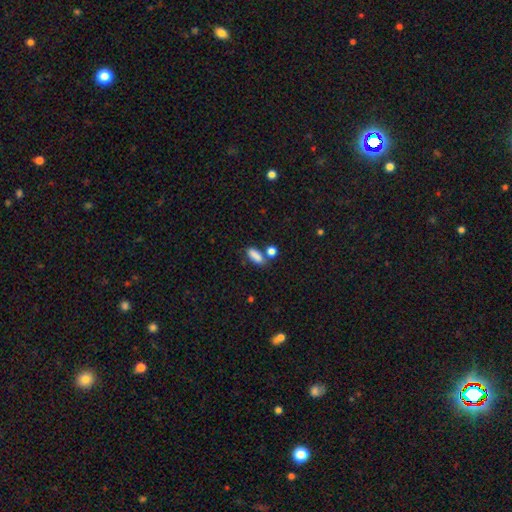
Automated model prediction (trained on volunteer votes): smooth-or-featured: smooth: 85% | star or artifact: 9% | featured or disk: 6%
  how-rounded: in between: 70% | cigar-shaped: 24% | round: 6%
  merging: none: 60% | merger: 22% | minor disturbance: 14% | major disturbance: 5%